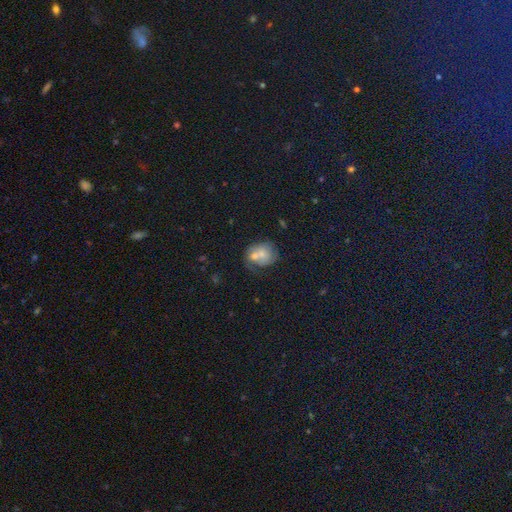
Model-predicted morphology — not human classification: Smooth or featured: smooth — 49% (featured or disk — 35%)
Merging: none — 41% (merger — 33%)